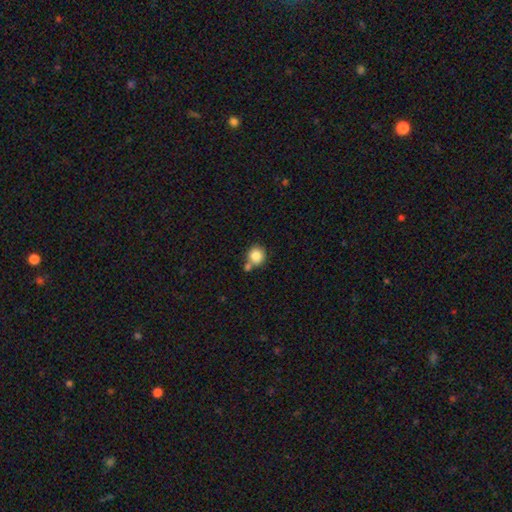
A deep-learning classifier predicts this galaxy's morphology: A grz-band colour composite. It shows a smooth galaxy with no disk features (83%) that is round (88%). Merging: none (57%).